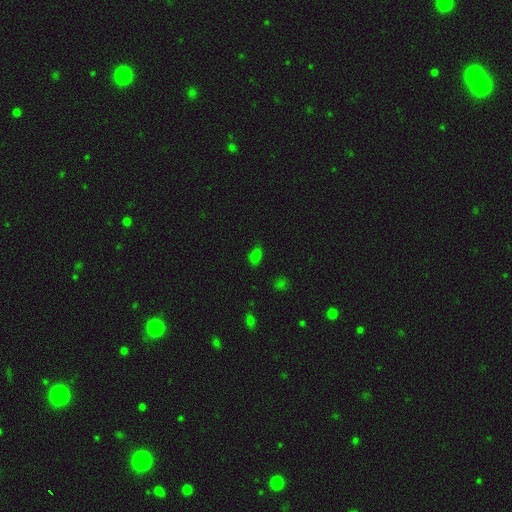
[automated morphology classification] smooth 75%, star or artifact 21%, featured or disk 4%. Down the decision tree: how rounded — in between (90%); merging — none (73%).